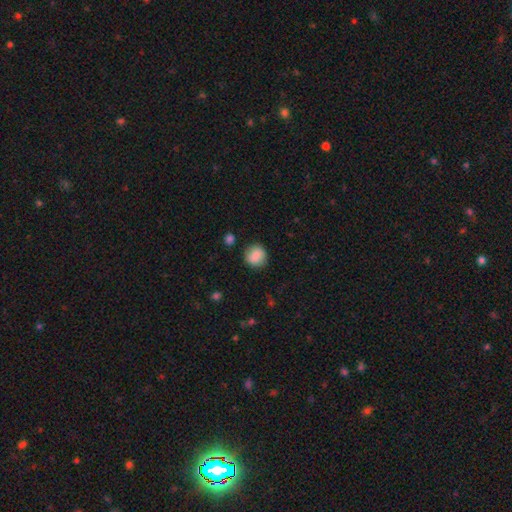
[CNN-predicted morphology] Q: Smooth or featured?
A: smooth (87%); runner-up: star or artifact (8%)
Q: How rounded?
A: round (86%); runner-up: in between (13%)
Q: Merging?
A: none (85%); runner-up: minor disturbance (11%)